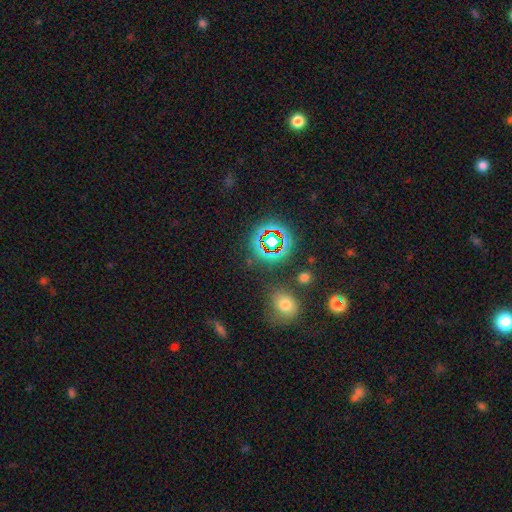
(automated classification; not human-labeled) Morphology: type=star or artifact (67%).